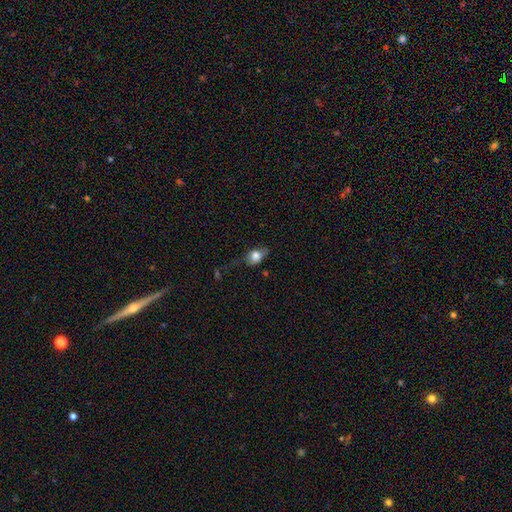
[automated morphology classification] type=smooth (77%); roundness=in between (67%); merging=none (48%).